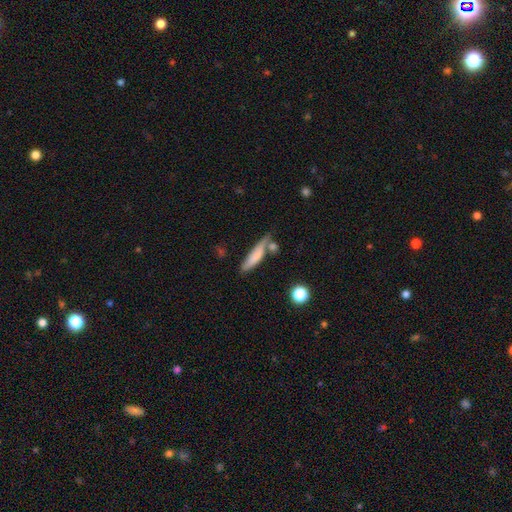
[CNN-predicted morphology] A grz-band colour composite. It shows a smooth galaxy with no disk features (72%) that is cigar-shaped (76%). Merging: none (51%).